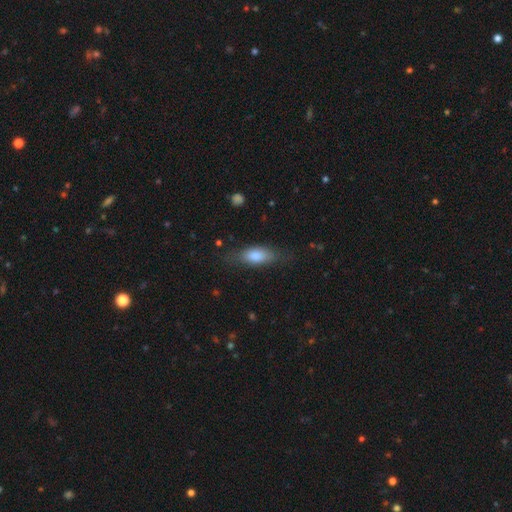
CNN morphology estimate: Overall: smooth (79%). How rounded: in between (74%). Merging: none (72%).